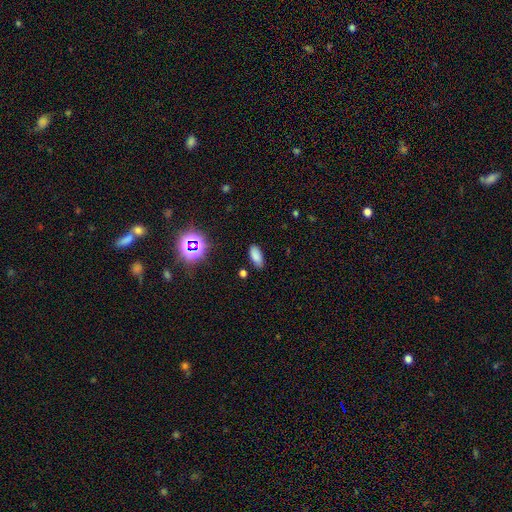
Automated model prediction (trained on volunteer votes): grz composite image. It shows a smooth galaxy with no disk features (81%) that is in between round and cigar-shaped (86%). Merging: none (85%).